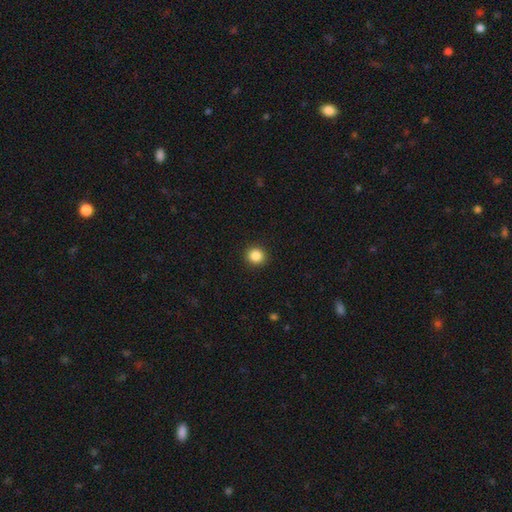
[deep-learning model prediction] Overall: smooth (86%). How rounded: round (91%). Merging: none (93%).